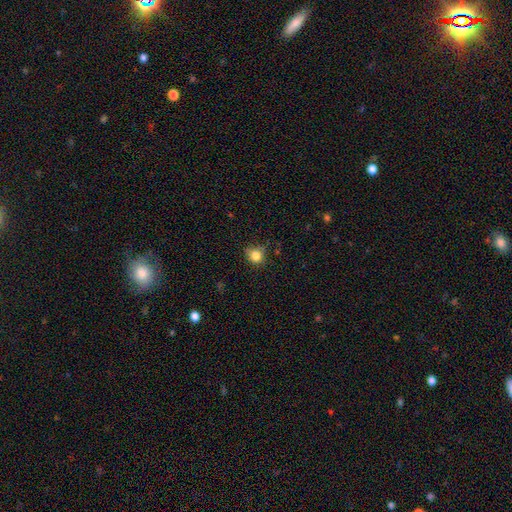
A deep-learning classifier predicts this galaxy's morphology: This appears to be a smooth galaxy with no disk features (82%) that is round (82%). Merging: none (70%).